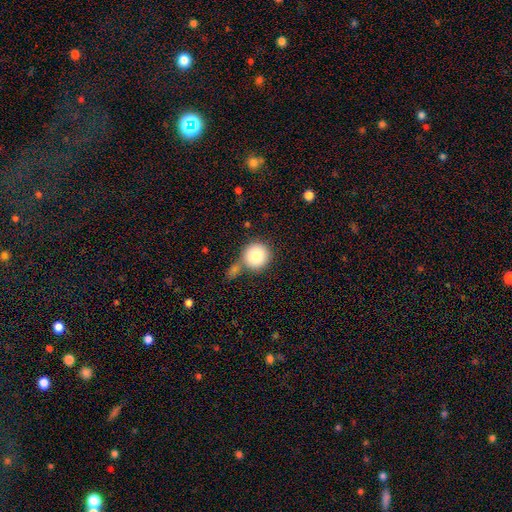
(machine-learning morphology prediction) Overall: smooth (83%). How rounded: round (94%). Merging: none (61%; merger 24%).